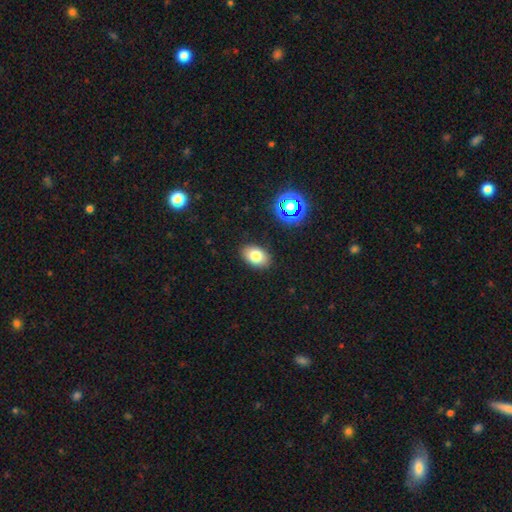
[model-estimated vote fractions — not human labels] Smooth or featured? Predicted: smooth (p=0.78). How rounded? Predicted: in between (p=0.86). Merging? Predicted: none (p=0.88).